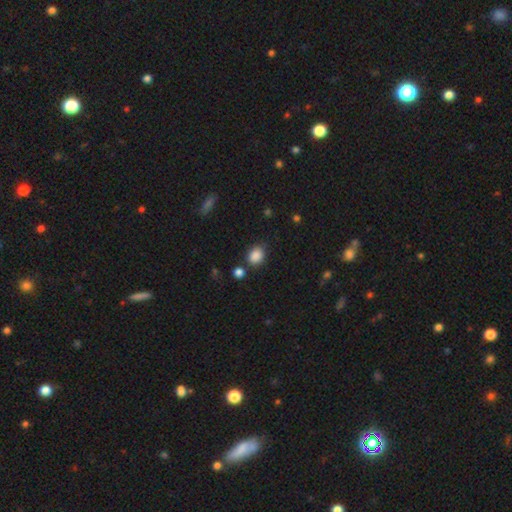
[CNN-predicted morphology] The model was most divided on "how rounded": in between: 52%, round: 46%, cigar-shaped: 1%. More confident: smooth or featured — smooth (86%); merging — none (73%).